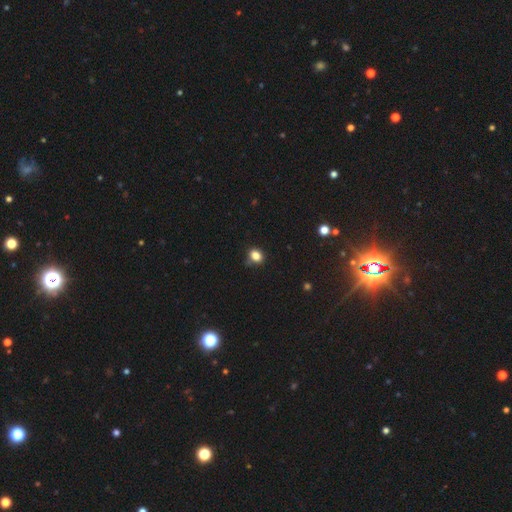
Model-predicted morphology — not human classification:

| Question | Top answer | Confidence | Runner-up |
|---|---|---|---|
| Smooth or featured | smooth | 83% | star or artifact (12%) |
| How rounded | in between | 51% | round (48%) |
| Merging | none | 78% | minor disturbance (17%) |